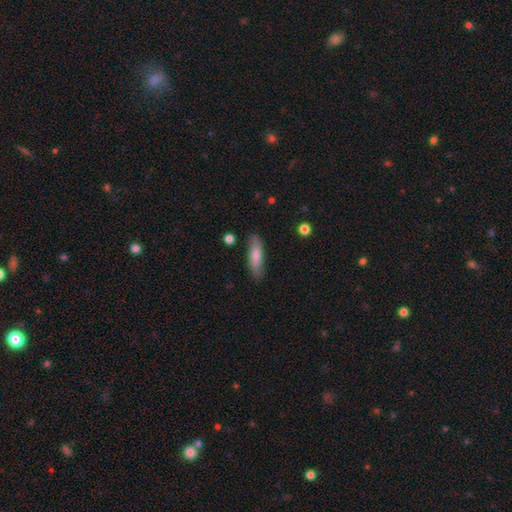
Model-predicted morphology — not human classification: type=smooth (74%); roundness=cigar-shaped (56%); merging=none (83%).